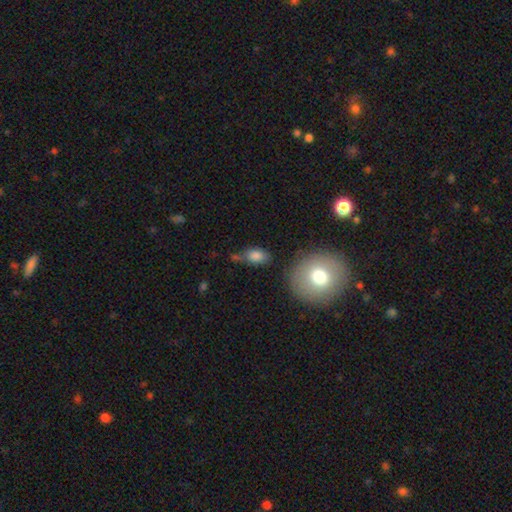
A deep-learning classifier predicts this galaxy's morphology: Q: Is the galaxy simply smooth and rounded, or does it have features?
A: smooth — 80%.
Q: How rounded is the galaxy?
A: in between — 85%.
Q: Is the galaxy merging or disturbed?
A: none — 50%.